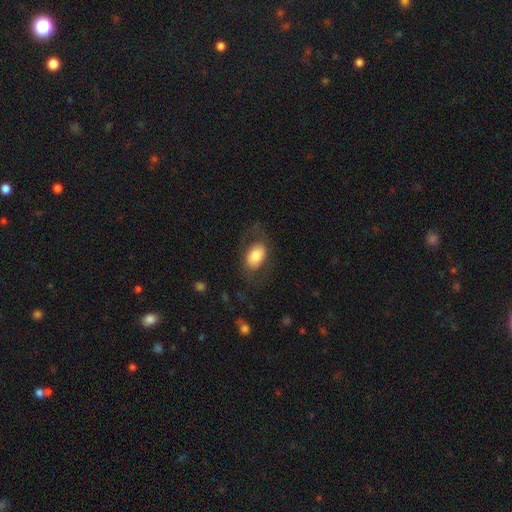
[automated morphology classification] Smooth or featured? Predicted: smooth (p=0.71). How rounded? Predicted: in between (p=0.88). Merging? Predicted: none (p=0.65).